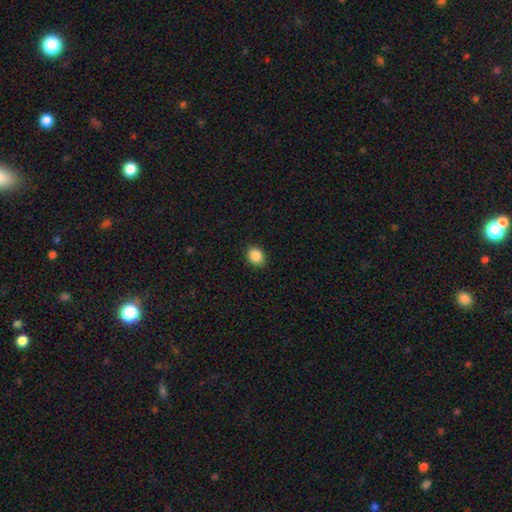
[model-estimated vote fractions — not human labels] smooth_or_featured: smooth (p=0.87) [alt: star or artifact p=0.09]
how_rounded: round (p=0.66) [alt: in between p=0.33]
merging: none (p=0.90) [alt: minor disturbance p=0.07]